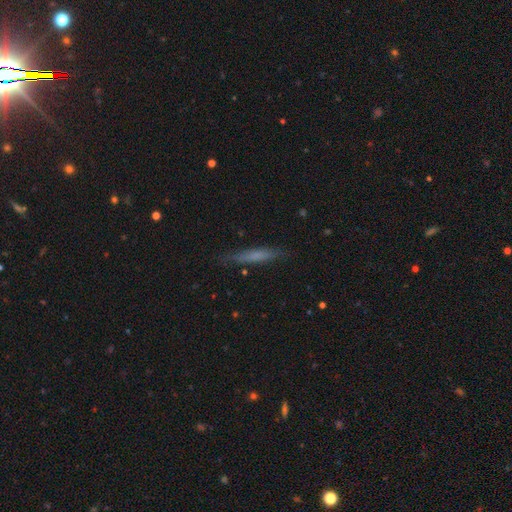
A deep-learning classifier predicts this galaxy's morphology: Smooth or featured? smooth (56%)
How rounded? cigar-shaped (92%)
Merging? none (83%)